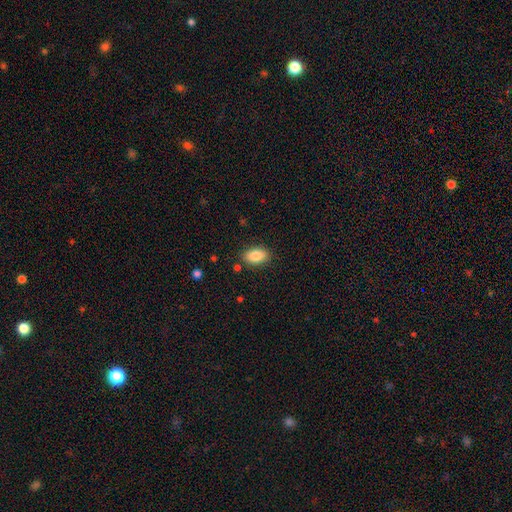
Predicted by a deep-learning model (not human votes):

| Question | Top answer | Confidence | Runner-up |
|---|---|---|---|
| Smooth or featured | smooth | 87% | star or artifact (7%) |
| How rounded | in between | 91% | round (7%) |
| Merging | none | 86% | minor disturbance (10%) |